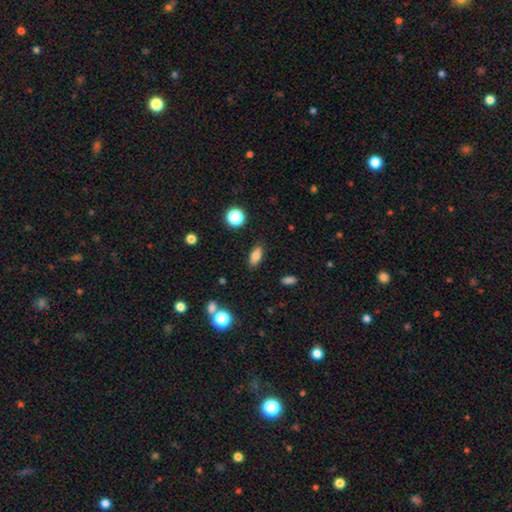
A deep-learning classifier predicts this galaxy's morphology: Smooth or featured? Predicted: smooth (p=0.76). How rounded? Predicted: in between (p=0.80). Merging? Predicted: none (p=0.86).